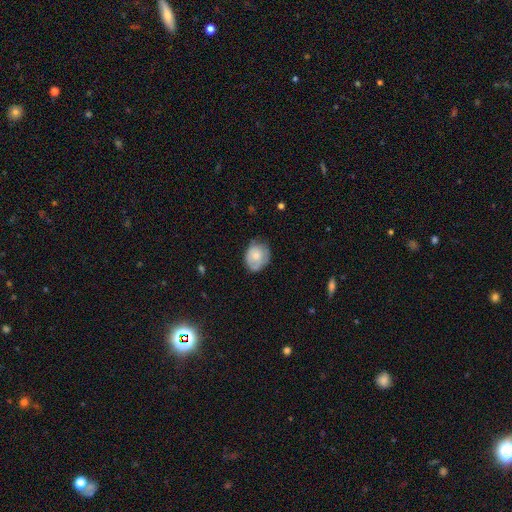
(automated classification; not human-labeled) Q: Smooth or featured?
A: smooth (70%); runner-up: featured or disk (23%)
Q: How rounded?
A: round (54%); runner-up: in between (45%)
Q: Merging?
A: none (58%); runner-up: minor disturbance (32%)